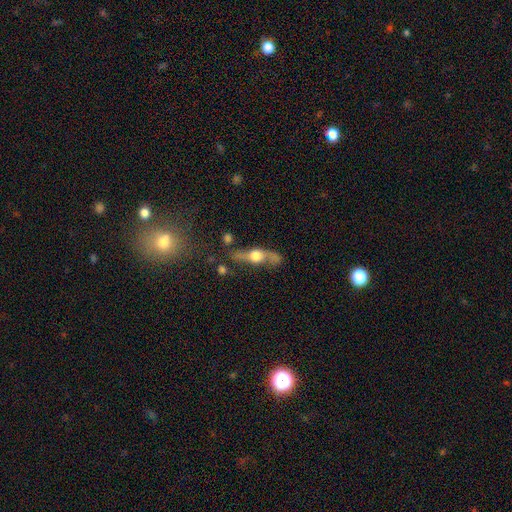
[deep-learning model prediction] Smooth or featured: featured or disk — 65% (smooth — 27%)
Edge-on disk: yes — 80% (no — 20%)
Edge-on bulge: rounded — 94% (boxy — 4%)
Merging: none — 63% (minor disturbance — 19%)